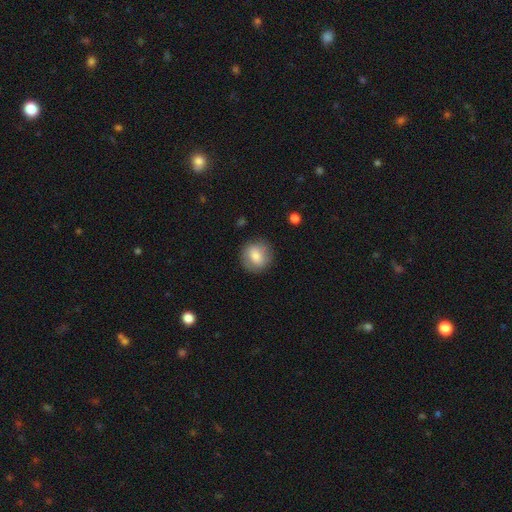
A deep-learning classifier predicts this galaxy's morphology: This appears to be a smooth galaxy with no disk features (73%) that is round (86%). Merging: none (84%).